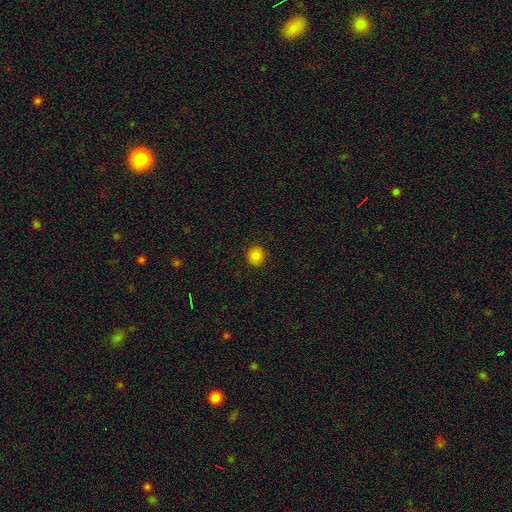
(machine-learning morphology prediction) Smooth or featured? Predicted: smooth (p=0.82). How rounded? Predicted: round (p=0.90). Merging? Predicted: none (p=0.92).